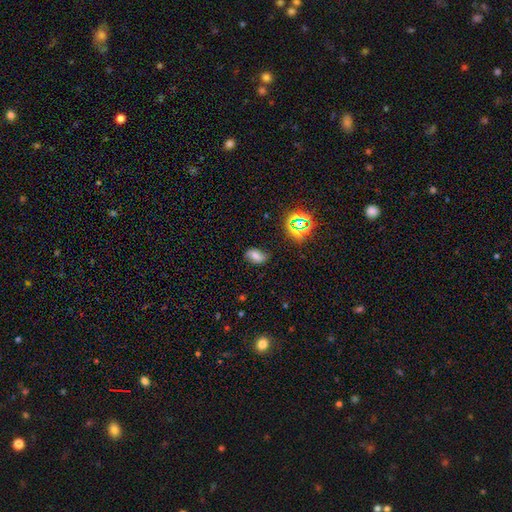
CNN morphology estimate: Smooth or featured? Predicted: smooth (p=0.55). How rounded? Predicted: in between (p=0.88). Merging? Predicted: none (p=0.78).